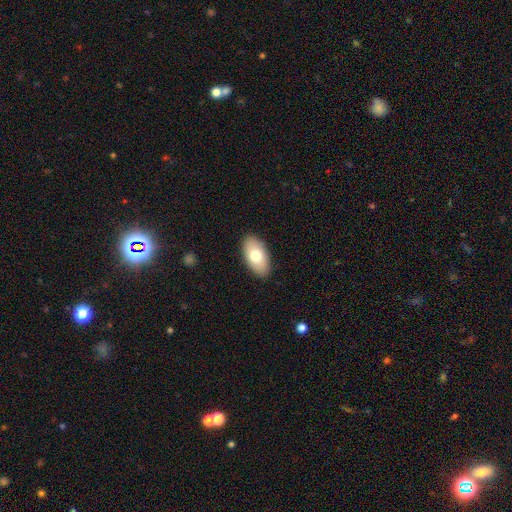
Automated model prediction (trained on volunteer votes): smooth-or-featured: smooth: 75% | featured or disk: 19% | star or artifact: 6%
  how-rounded: in between: 94% | round: 3% | cigar-shaped: 2%
  merging: none: 88% | minor disturbance: 9% | major disturbance: 2% | merger: 1%